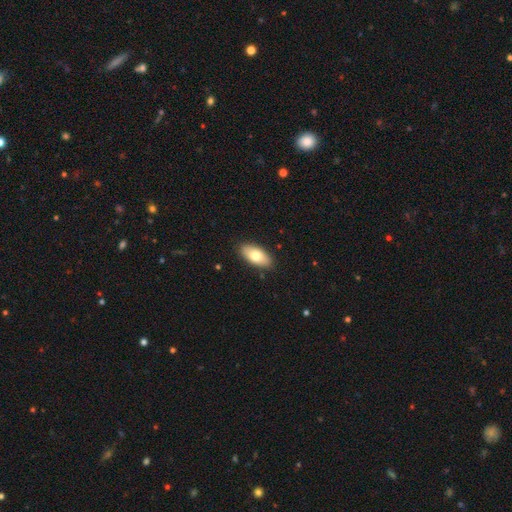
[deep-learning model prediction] The model was most divided on "smooth or featured": smooth: 77%, featured or disk: 17%, star or artifact: 6%. More confident: how rounded — in between (91%); merging — none (88%).